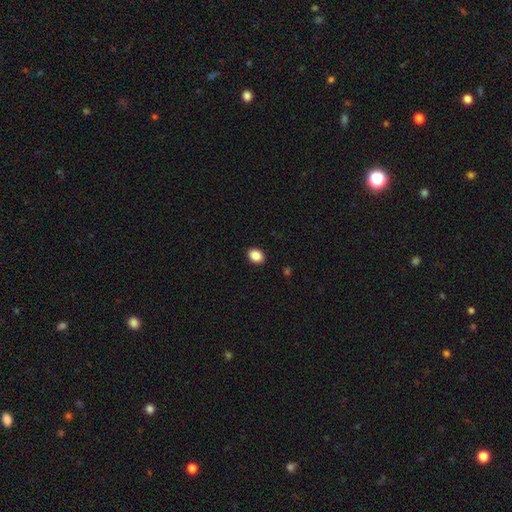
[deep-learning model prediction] Overall: smooth (89%). How rounded: in between (68%; round 31%). Merging: none (91%).